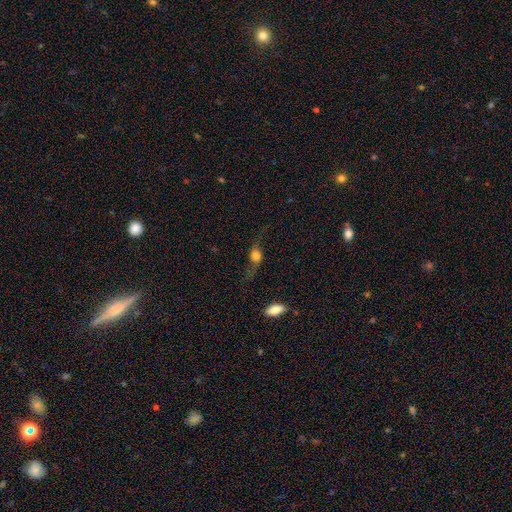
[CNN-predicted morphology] A featured or disk galaxy (51%). Merging: none (52%).